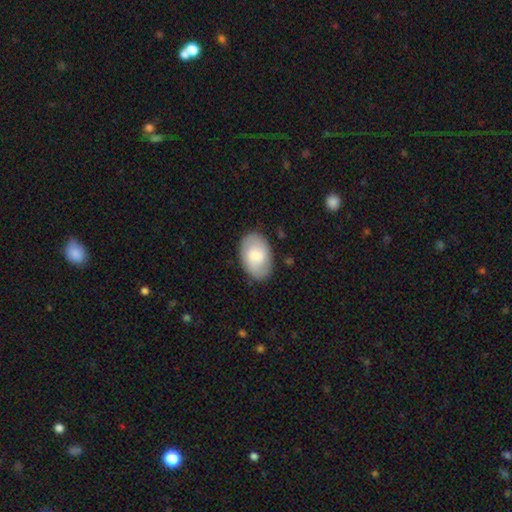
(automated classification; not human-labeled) Smooth or featured: smooth — 72% (featured or disk — 23%)
How rounded: in between — 90% (round — 9%)
Merging: none — 83% (minor disturbance — 13%)